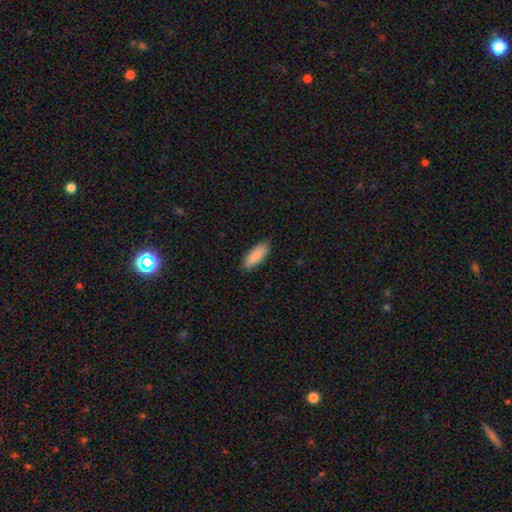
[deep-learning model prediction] Smooth or featured? Predicted: smooth (p=0.90). How rounded? Predicted: in between (p=0.71). Merging? Predicted: none (p=0.88).